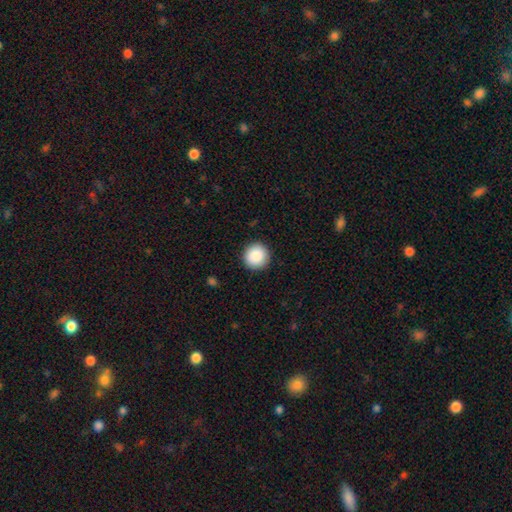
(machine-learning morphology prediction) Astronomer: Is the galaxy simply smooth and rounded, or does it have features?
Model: smooth — 89%.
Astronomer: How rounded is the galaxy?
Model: round — 95%.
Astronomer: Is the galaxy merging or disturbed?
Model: none — 92%.